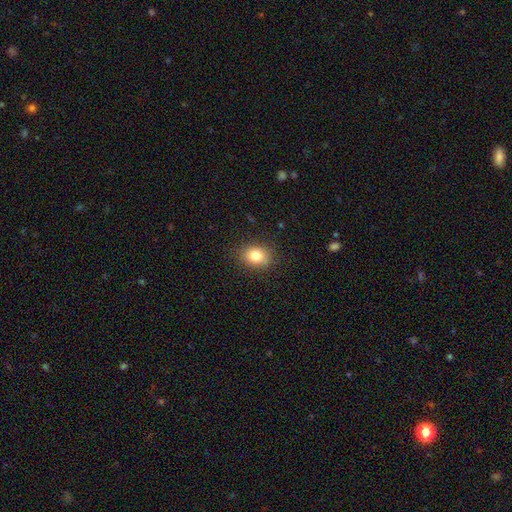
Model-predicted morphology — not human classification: Overall: smooth (82%). How rounded: in between (53%; round 46%). Merging: none (84%).